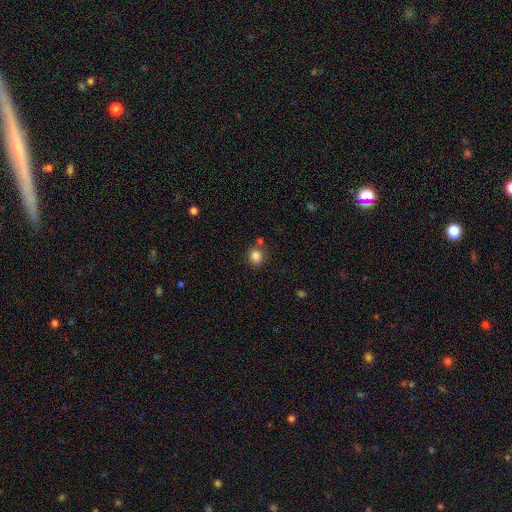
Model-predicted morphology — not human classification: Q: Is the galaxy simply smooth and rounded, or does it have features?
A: smooth — 84%.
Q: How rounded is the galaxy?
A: round — 74%.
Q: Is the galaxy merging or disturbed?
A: none — 71%.